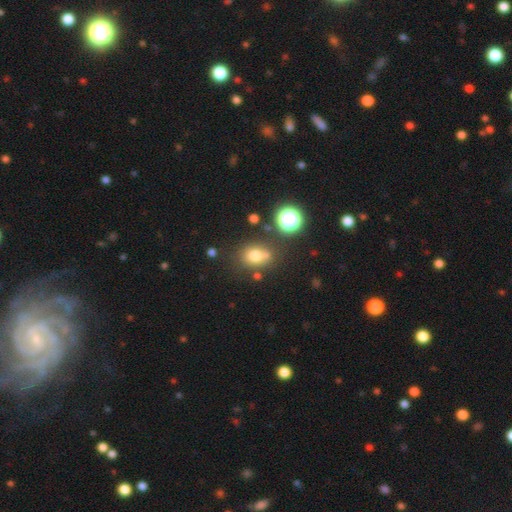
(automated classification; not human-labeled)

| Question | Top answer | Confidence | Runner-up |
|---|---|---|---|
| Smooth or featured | smooth | 72% | star or artifact (16%) |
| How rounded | in between | 53% | round (45%) |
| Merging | none | 59% | merger (18%) |